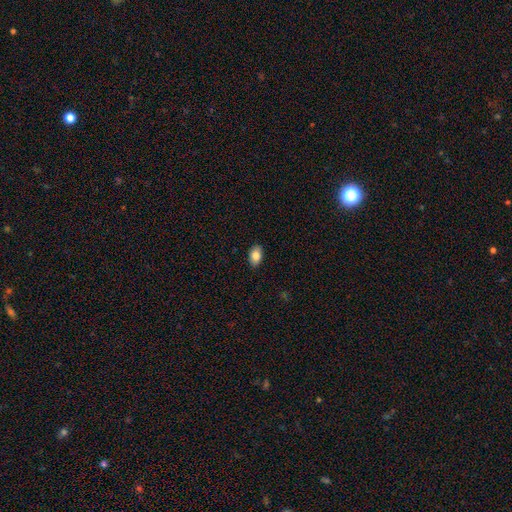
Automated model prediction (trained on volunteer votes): This appears to be a smooth galaxy with no disk features (83%) that is in between round and cigar-shaped (90%). Merging: none (89%).